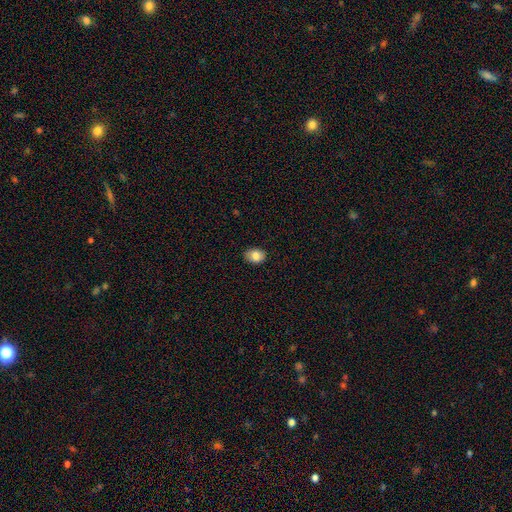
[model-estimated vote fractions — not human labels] Smooth or featured?
  - smooth: 83% *
  - featured or disk: 9%
  - star or artifact: 8%
How rounded?
  - in between: 69% *
  - round: 30%
  - cigar-shaped: 1%
Merging?
  - none: 86% *
  - minor disturbance: 11%
  - major disturbance: 2%
  - merger: 1%